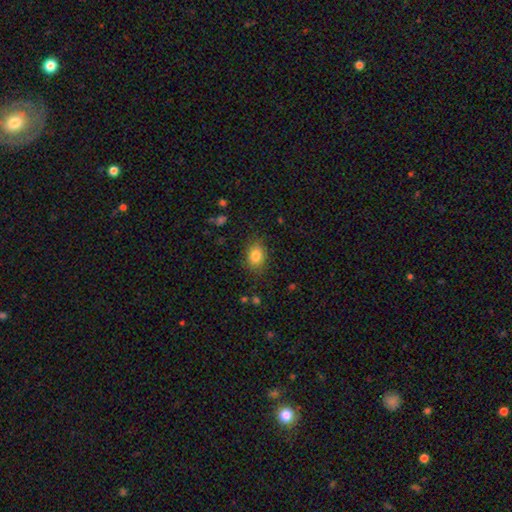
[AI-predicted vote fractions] Smooth or featured: smooth — 84% (star or artifact — 10%)
How rounded: in between — 66% (round — 33%)
Merging: none — 84% (minor disturbance — 12%)